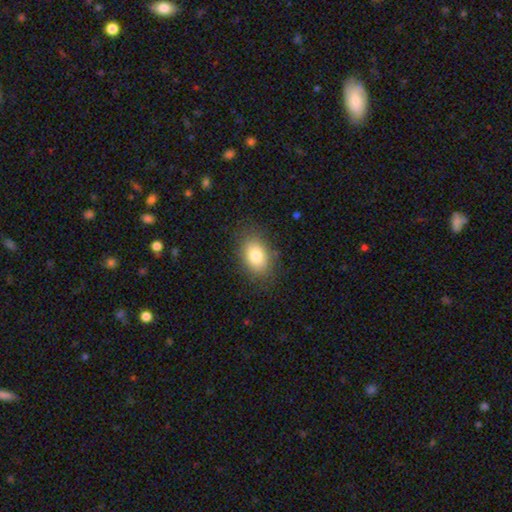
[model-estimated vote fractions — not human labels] This appears to be a smooth galaxy with no disk features (81%) that is in between round and cigar-shaped (81%). Merging: none (83%).